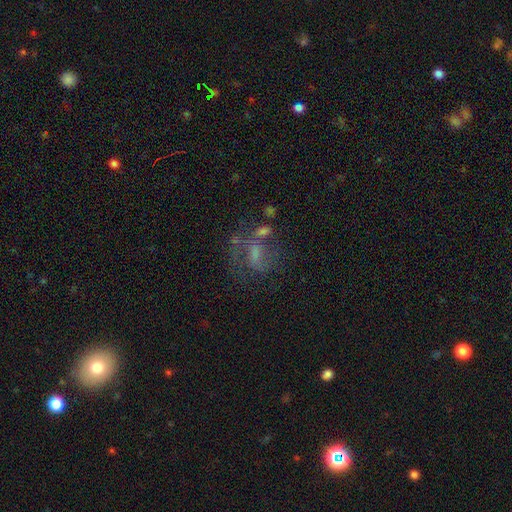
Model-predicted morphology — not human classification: This is possibly a featured or disk galaxy (54%). It is clearly not viewed edge-on (96%). Bar: marginally no (42%, tied with weak). Spiral arm pattern: likely yes (61%). Central bulge: marginally none (35%). Merging: marginally none (40%).